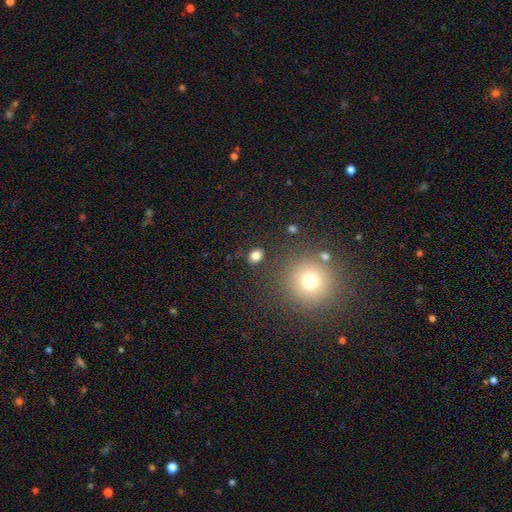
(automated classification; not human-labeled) smooth-or-featured: smooth: 81% | star or artifact: 14% | featured or disk: 6%
  how-rounded: in between: 51% | round: 48% | cigar-shaped: 1%
  merging: none: 84% | minor disturbance: 9% | major disturbance: 4% | merger: 3%